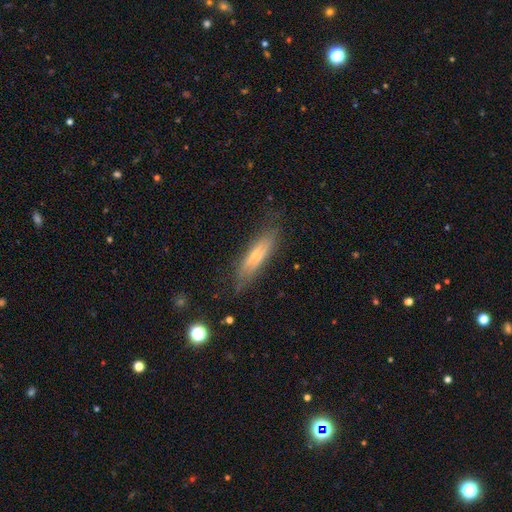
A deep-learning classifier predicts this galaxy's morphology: Smooth or featured? featured or disk (47%)
Merging? none (73%)